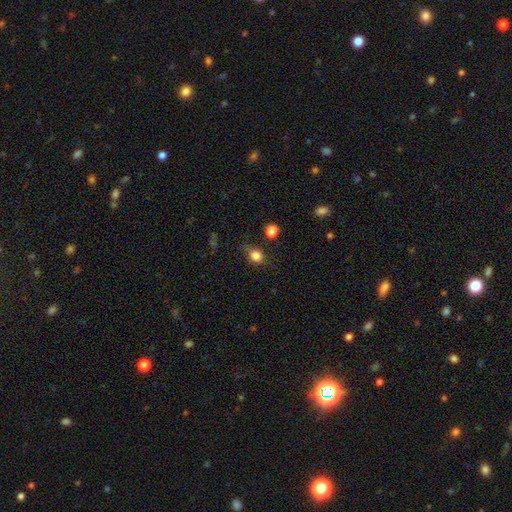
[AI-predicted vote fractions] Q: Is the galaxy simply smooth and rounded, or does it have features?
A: smooth — 83%.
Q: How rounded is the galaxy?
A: round — 70%.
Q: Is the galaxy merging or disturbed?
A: none — 67%.